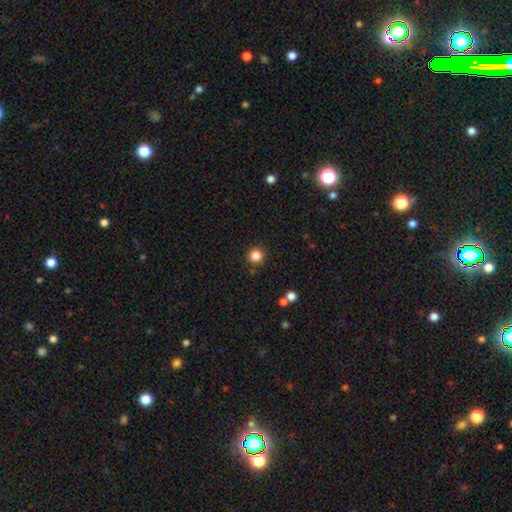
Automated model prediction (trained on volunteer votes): Smooth or featured?
  - smooth: 84% *
  - star or artifact: 12%
  - featured or disk: 4%
How rounded?
  - round: 93% *
  - in between: 6%
  - cigar-shaped: 1%
Merging?
  - none: 89% *
  - minor disturbance: 6%
  - merger: 2%
  - major disturbance: 2%